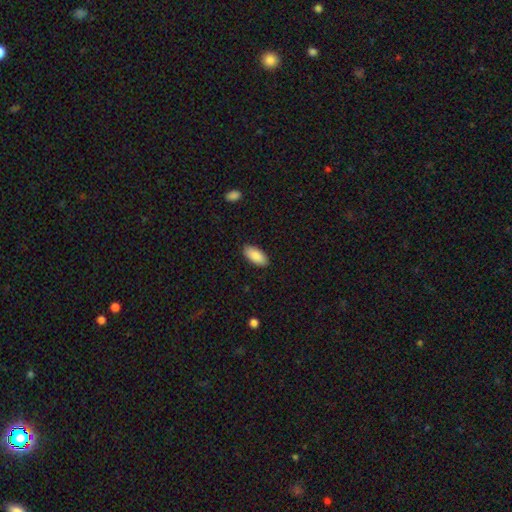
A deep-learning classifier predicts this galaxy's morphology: Smooth or featured: smooth — 87% (featured or disk — 7%)
How rounded: in between — 91% (cigar-shaped — 7%)
Merging: none — 89% (minor disturbance — 8%)